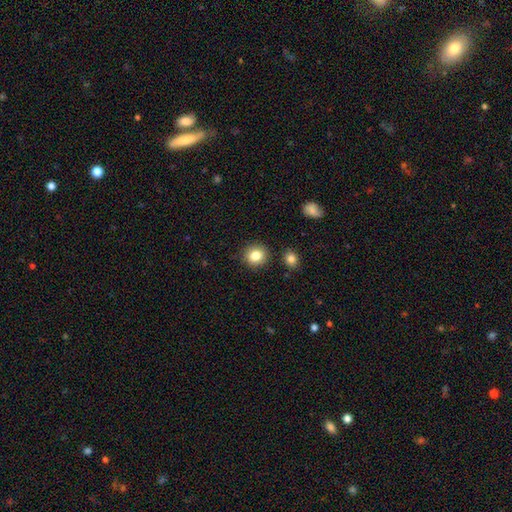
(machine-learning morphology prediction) Smooth or featured? Predicted: smooth (p=0.84). How rounded? Predicted: round (p=0.88). Merging? Predicted: none (p=0.88).